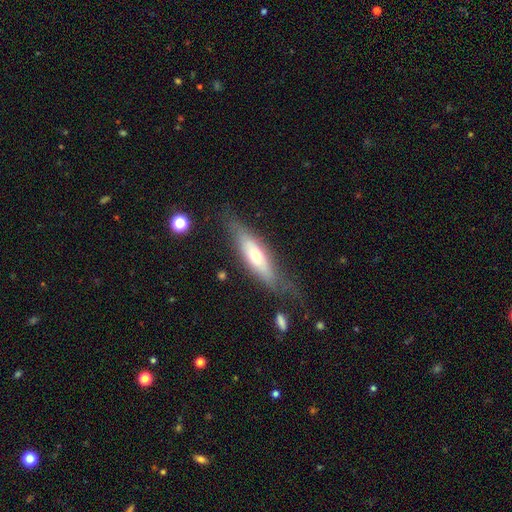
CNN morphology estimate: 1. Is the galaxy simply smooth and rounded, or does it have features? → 49% featured or disk, 45% smooth, 6% star or artifact.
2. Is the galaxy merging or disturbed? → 65% none, 21% minor disturbance, 11% major disturbance, 3% merger.